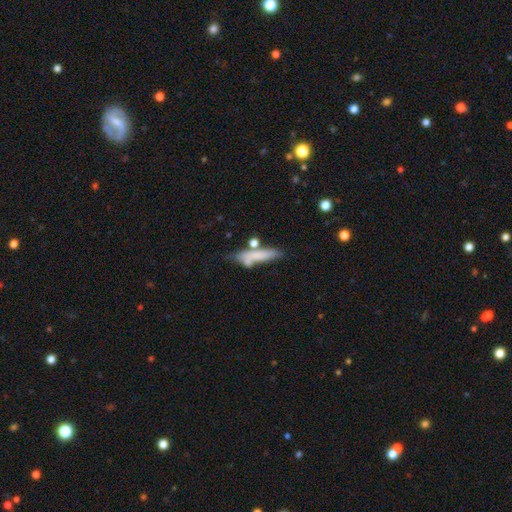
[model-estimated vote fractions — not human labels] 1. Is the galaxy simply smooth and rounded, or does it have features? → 68% smooth, 24% featured or disk, 8% star or artifact.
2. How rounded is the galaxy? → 75% cigar-shaped, 22% in between, 3% round.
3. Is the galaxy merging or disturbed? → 50% none, 23% minor disturbance, 18% merger, 10% major disturbance.